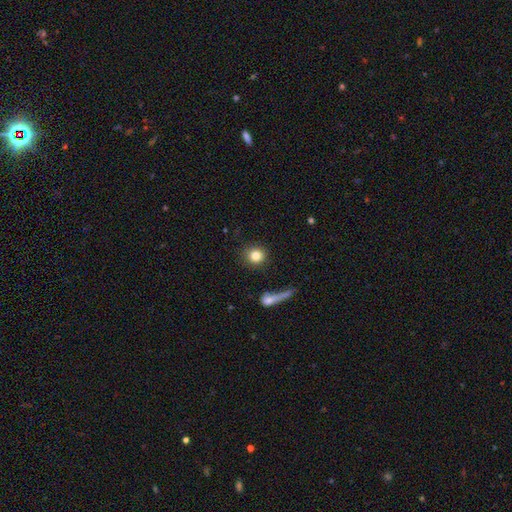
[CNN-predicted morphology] Smooth or featured: smooth — 83% (star or artifact — 10%)
How rounded: round — 91% (in between — 8%)
Merging: none — 86% (minor disturbance — 7%)